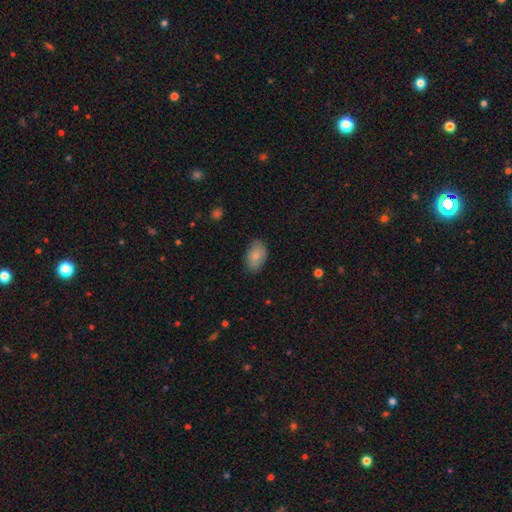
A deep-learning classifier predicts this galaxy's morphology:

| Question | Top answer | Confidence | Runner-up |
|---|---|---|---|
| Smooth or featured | smooth | 85% | featured or disk (8%) |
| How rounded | in between | 92% | round (7%) |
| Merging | none | 83% | minor disturbance (13%) |